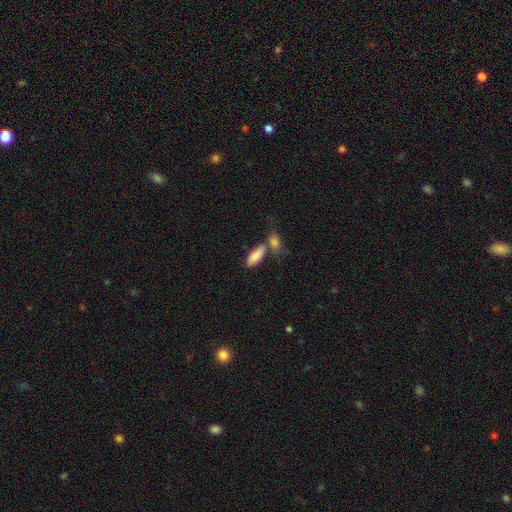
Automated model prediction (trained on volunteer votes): Smooth or featured? Predicted: smooth (p=0.86). How rounded? Predicted: in between (p=0.79). Merging? Predicted: none (p=0.43).